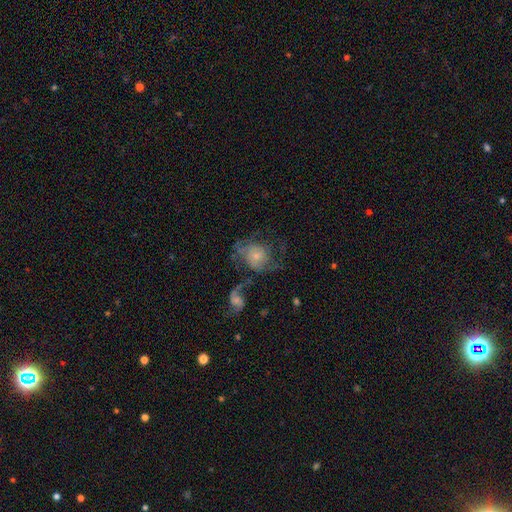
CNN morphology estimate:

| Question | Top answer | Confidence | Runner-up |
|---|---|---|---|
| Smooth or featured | featured or disk | 65% | smooth (26%) |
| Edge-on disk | no | 97% | yes (3%) |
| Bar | no | 74% | weak (22%) |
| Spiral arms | yes | 82% | no (18%) |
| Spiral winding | medium | 40% | loose (36%) |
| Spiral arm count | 2 | 41% | can't tell (28%) |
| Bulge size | small | 57% | moderate (32%) |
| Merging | none | 36% | major disturbance (28%) |